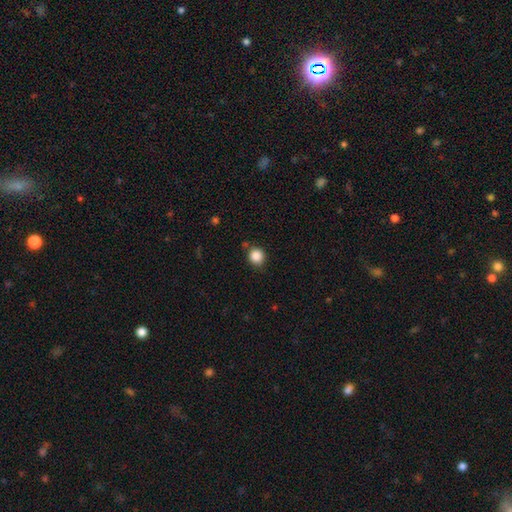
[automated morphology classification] Smooth or featured? smooth (86%)
How rounded? round (90%)
Merging? none (83%)